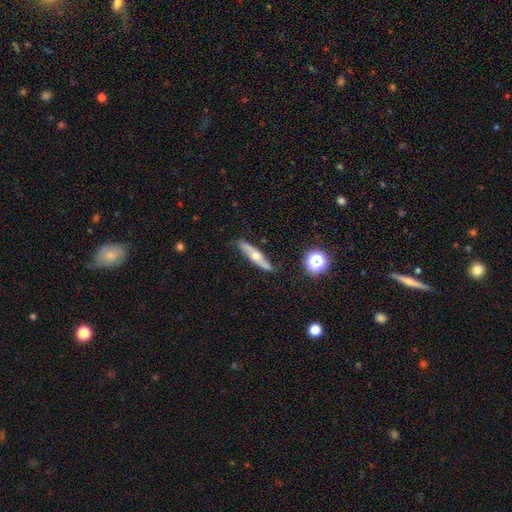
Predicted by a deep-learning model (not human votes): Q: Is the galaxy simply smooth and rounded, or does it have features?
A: featured or disk — 57%.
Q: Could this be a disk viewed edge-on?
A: yes — 70%.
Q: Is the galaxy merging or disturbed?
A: none — 79%.